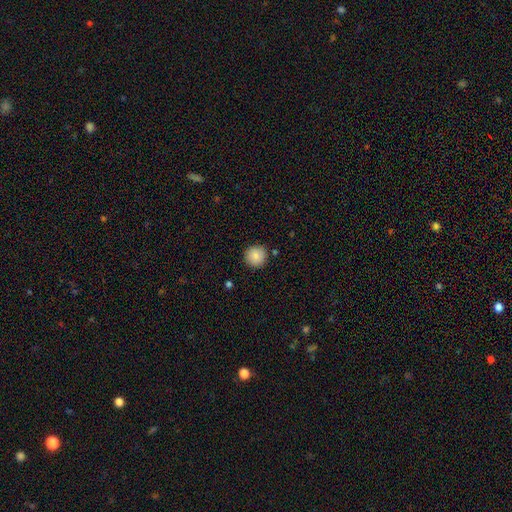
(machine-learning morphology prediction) A smooth galaxy with no disk features (86%) that is round (94%). Merging: none (88%).